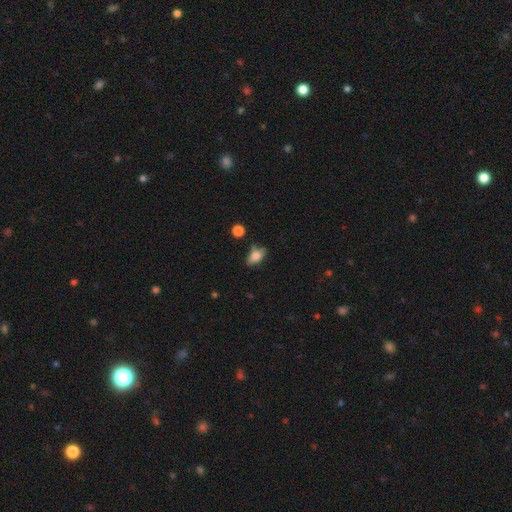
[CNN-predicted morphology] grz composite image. It shows a smooth galaxy with no disk features (76%) that is in between round and cigar-shaped (86%). Merging: none (67%).